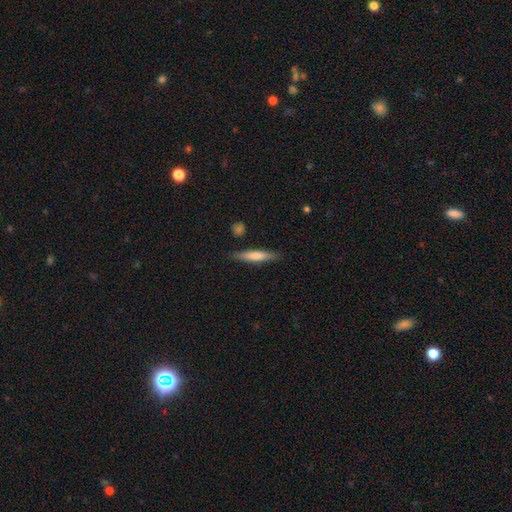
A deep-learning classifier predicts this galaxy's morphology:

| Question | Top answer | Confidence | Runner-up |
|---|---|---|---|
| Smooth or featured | smooth | 67% | featured or disk (28%) |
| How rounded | cigar-shaped | 88% | in between (10%) |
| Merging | none | 86% | minor disturbance (10%) |